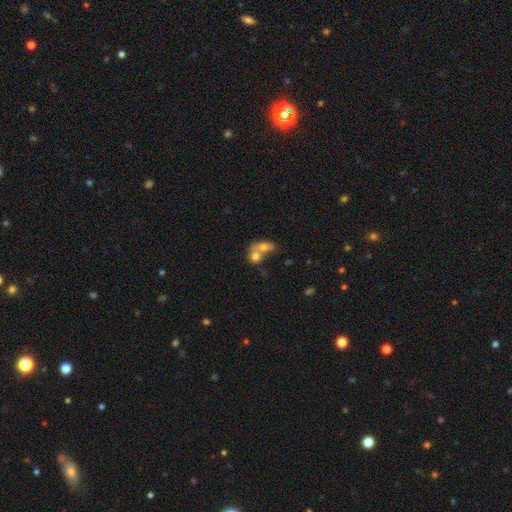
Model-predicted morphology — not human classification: A smooth galaxy with no disk features (68%) that is round (50%). Merging: merger (73%).